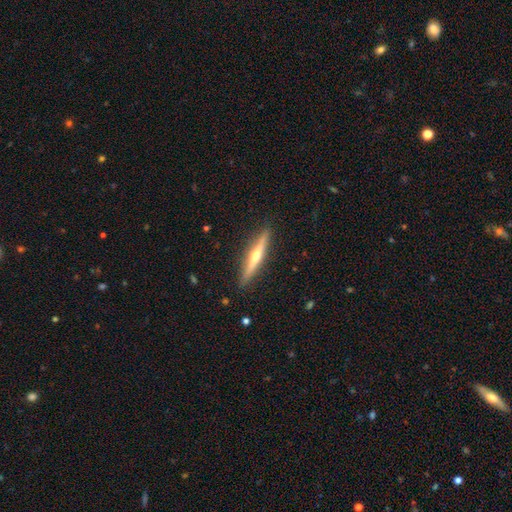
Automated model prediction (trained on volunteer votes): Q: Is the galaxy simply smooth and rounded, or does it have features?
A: featured or disk — 67%.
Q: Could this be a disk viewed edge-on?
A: yes — 97%.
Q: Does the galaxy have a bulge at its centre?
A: rounded — 90%.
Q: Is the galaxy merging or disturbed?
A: none — 91%.